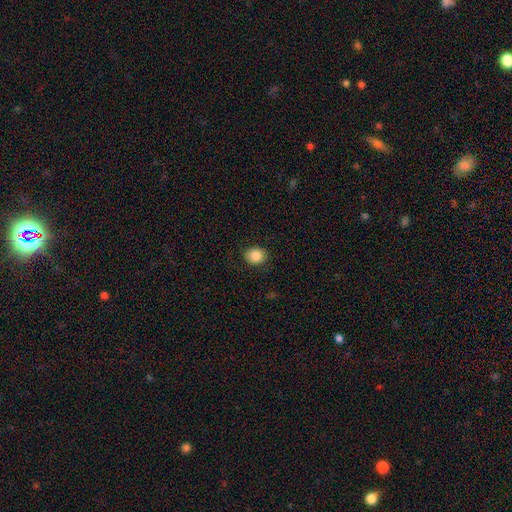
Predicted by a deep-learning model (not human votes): Smooth or featured?
  - smooth: 86% *
  - star or artifact: 9%
  - featured or disk: 5%
How rounded?
  - round: 68% *
  - in between: 31%
  - cigar-shaped: 1%
Merging?
  - none: 88% *
  - minor disturbance: 9%
  - major disturbance: 3%
  - merger: 1%